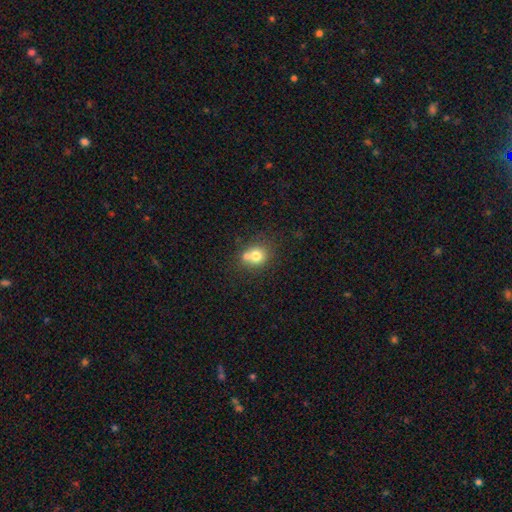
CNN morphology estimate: type=smooth (73%); roundness=round (74%); merging=none (44%).